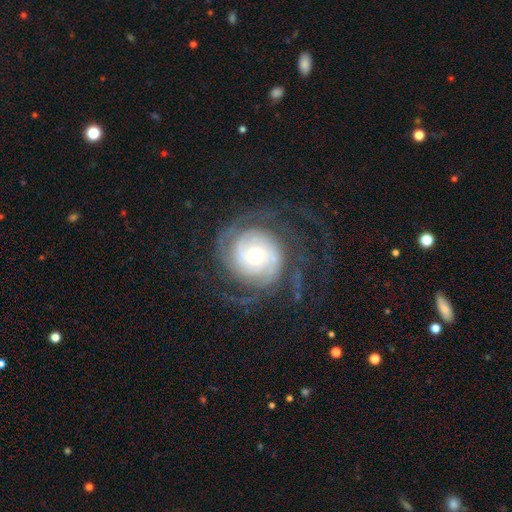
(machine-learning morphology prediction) featured or disk 87%, smooth 8%, star or artifact 5%. Down the decision tree: edge-on disk — no (98%); bar — no (72%); spiral arms — yes (97%); spiral arm count — 2 (40%); spiral winding — tight (63%); bulge size — small (46%); merging — none (69%).